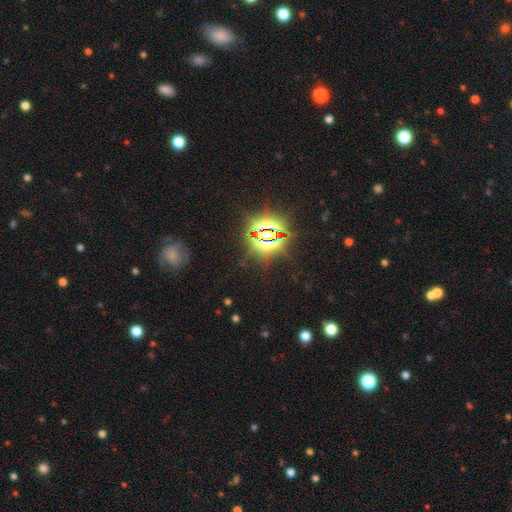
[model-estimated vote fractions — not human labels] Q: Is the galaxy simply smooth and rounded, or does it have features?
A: star or artifact — 83%.